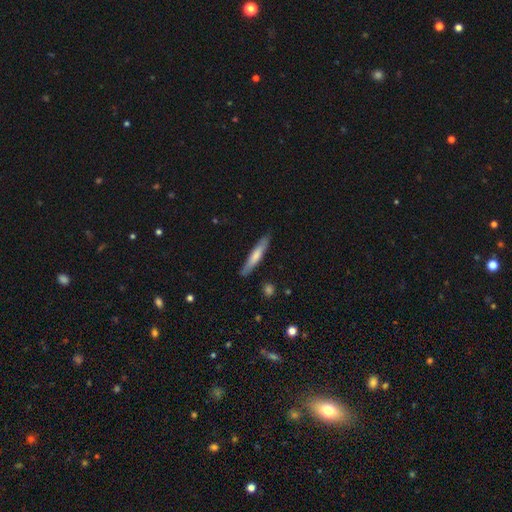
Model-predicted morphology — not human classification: A smooth galaxy with no disk features (63%) that is cigar-shaped (91%). Merging: none (87%).